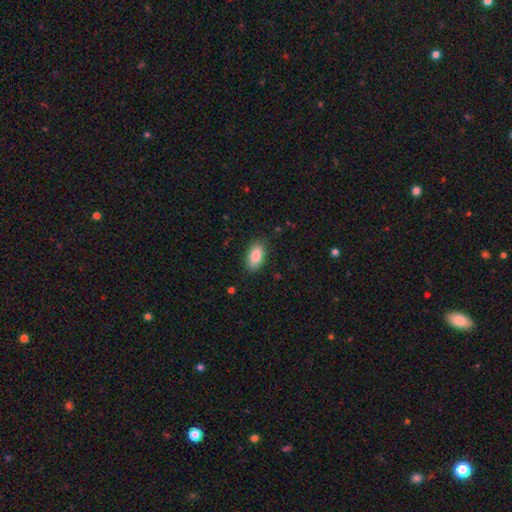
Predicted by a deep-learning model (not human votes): smooth 86%, star or artifact 7%, featured or disk 6%. Down the decision tree: how rounded — in between (93%); merging — none (85%).